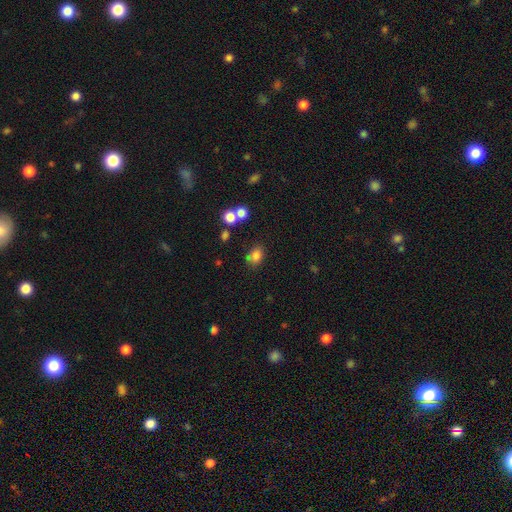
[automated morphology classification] The model was most divided on "how rounded": in between: 65%, round: 34%, cigar-shaped: 1%. More confident: smooth or featured — smooth (82%); merging — none (69%).